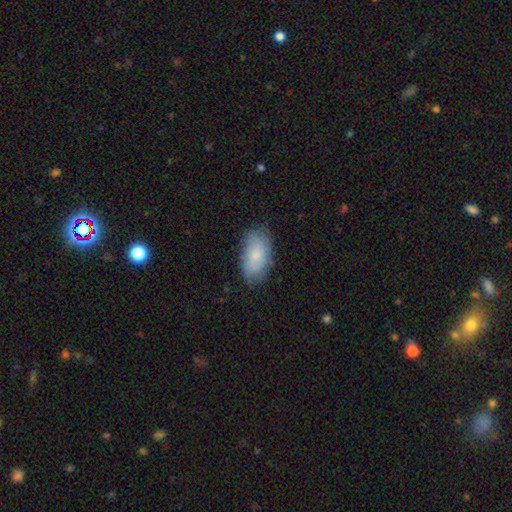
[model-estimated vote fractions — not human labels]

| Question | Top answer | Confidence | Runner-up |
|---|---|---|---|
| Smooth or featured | smooth | 72% | featured or disk (21%) |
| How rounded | in between | 94% | round (4%) |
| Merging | none | 74% | minor disturbance (20%) |